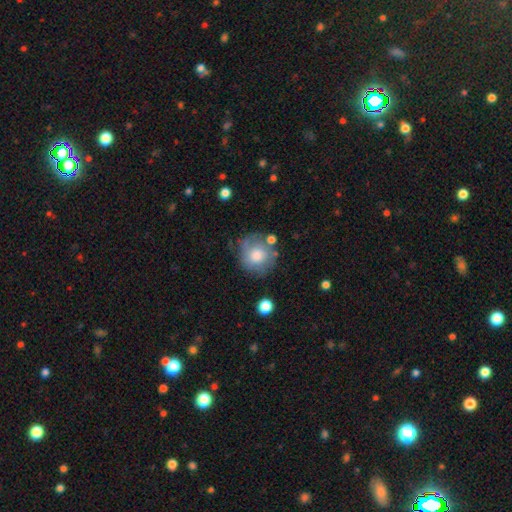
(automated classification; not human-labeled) The model was most divided on "smooth or featured": smooth: 61%, featured or disk: 31%, star or artifact: 8%. More confident: how rounded — round (87%); merging — none (65%).